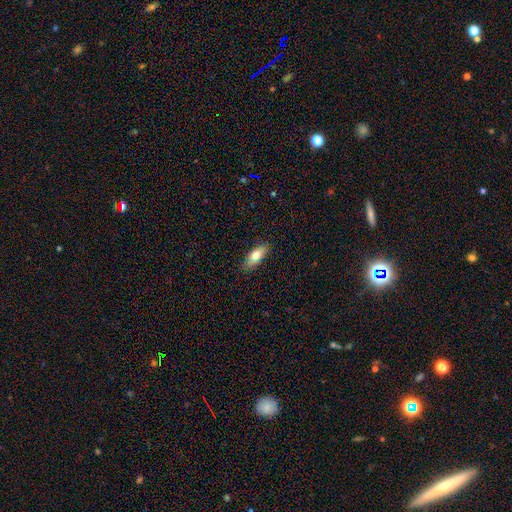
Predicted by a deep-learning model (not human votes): Overall: smooth (74%). How rounded: in between (72%). Merging: none (83%).